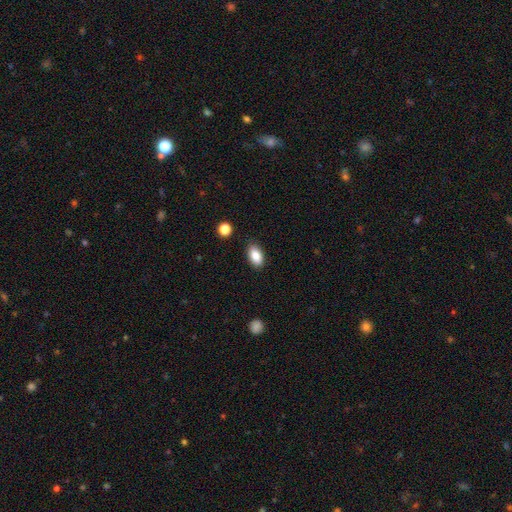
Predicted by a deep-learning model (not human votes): This is clearly a smooth galaxy (86%). How rounded: clearly in between (92%). Merging: clearly none (87%).